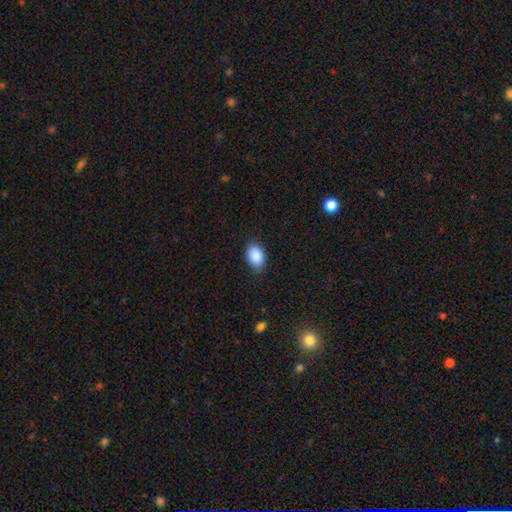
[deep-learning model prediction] The model was most divided on "merging": none: 83%, minor disturbance: 13%, major disturbance: 3%, merger: 1%. More confident: smooth or featured — smooth (89%); how rounded — in between (87%).